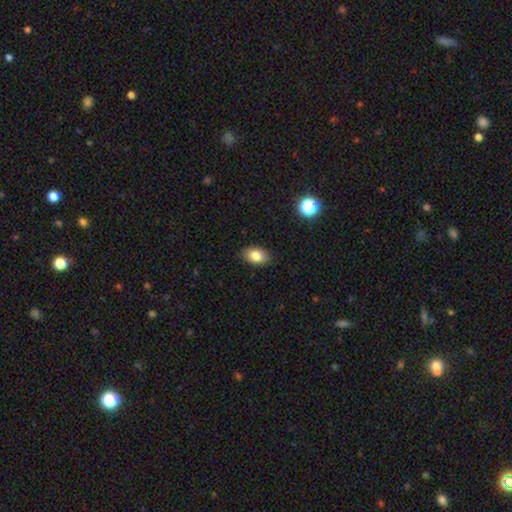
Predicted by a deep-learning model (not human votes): smooth 81%, featured or disk 10%, star or artifact 9%. Down the decision tree: how rounded — in between (85%); merging — none (88%).